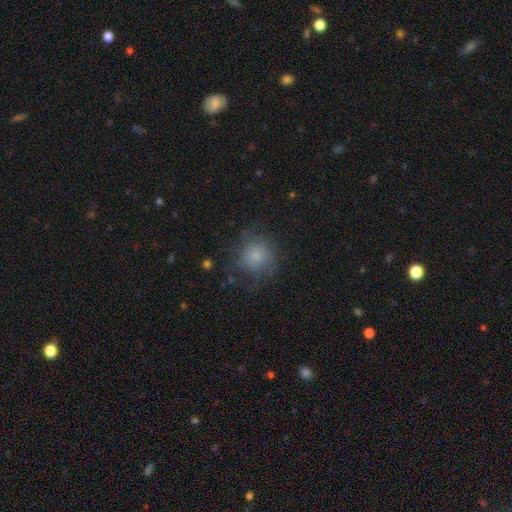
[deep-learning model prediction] Smooth or featured?
  - smooth: 75% *
  - featured or disk: 14%
  - star or artifact: 11%
How rounded?
  - round: 88% *
  - in between: 11%
  - cigar-shaped: 1%
Merging?
  - none: 66% *
  - minor disturbance: 20%
  - major disturbance: 13%
  - merger: 2%